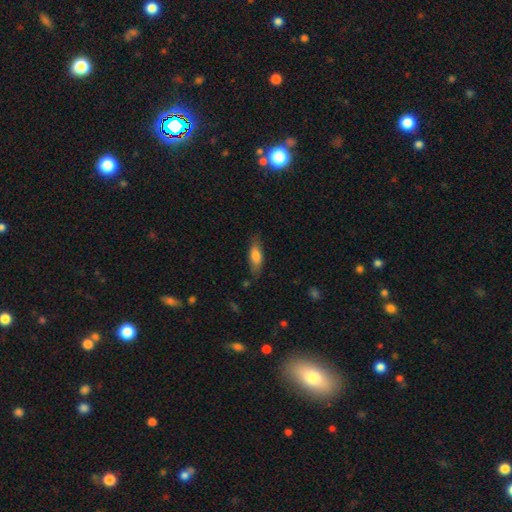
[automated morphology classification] Smooth or featured?
  - smooth: 76% *
  - featured or disk: 18%
  - star or artifact: 7%
How rounded?
  - in between: 65% *
  - cigar-shaped: 33%
  - round: 2%
Merging?
  - none: 76% *
  - minor disturbance: 18%
  - major disturbance: 4%
  - merger: 2%